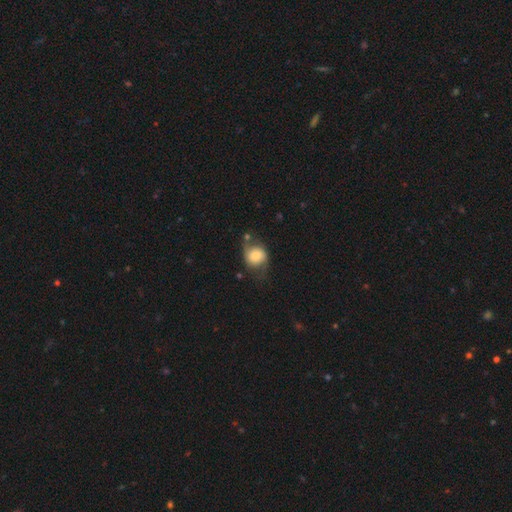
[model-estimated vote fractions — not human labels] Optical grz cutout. It shows a smooth galaxy with no disk features (55%) that is round (65%). Merging: none (51%).